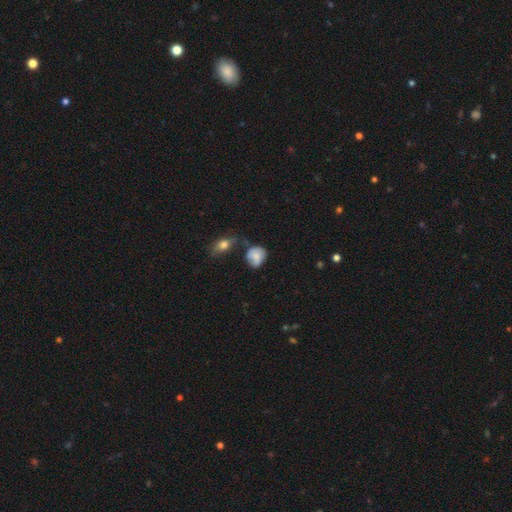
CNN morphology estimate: smooth 73%, featured or disk 18%, star or artifact 8%. Down the decision tree: how rounded — round (59%); merging — none (47%).